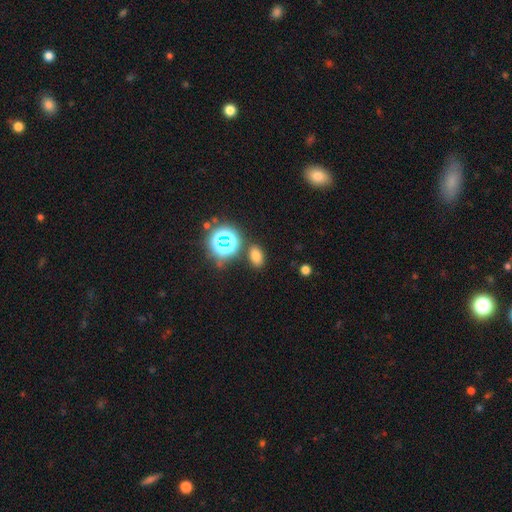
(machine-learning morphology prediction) This appears to be a smooth galaxy with no disk features (70%) that is in between round and cigar-shaped (82%). Merging: none (82%).